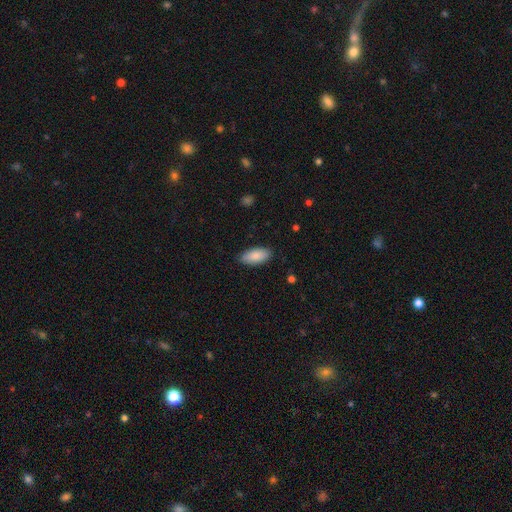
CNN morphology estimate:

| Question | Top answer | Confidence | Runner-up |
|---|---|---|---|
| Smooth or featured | smooth | 87% | featured or disk (7%) |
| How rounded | in between | 89% | cigar-shaped (9%) |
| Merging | none | 87% | minor disturbance (10%) |